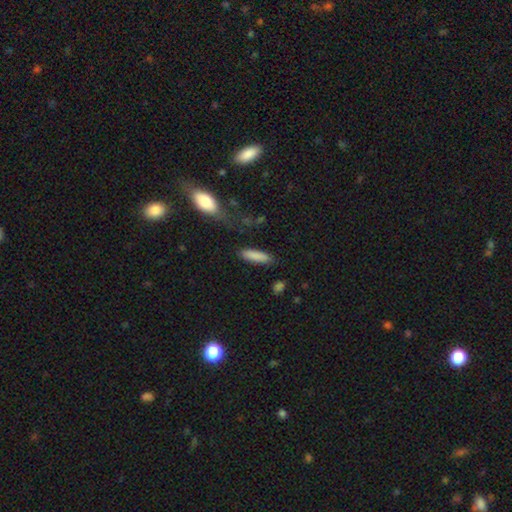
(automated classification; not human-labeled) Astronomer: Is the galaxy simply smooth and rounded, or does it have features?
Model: smooth — 86%.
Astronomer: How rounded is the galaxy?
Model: cigar-shaped — 65%.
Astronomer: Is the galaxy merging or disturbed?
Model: none — 82%.